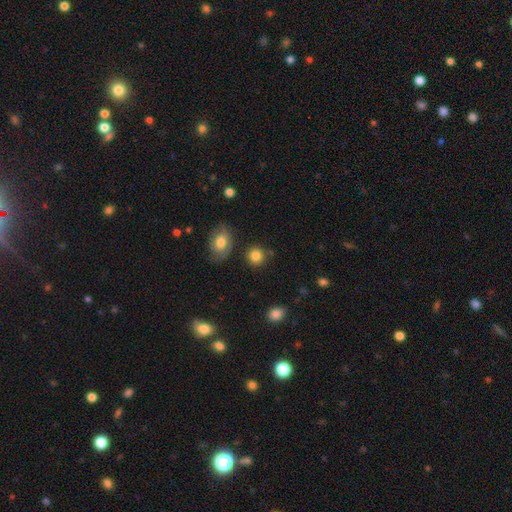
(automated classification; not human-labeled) This is clearly a smooth galaxy (84%). How rounded: clearly round (88%). Merging: clearly none (83%).